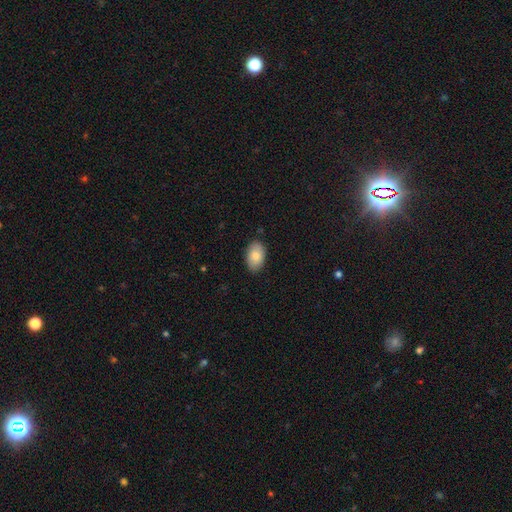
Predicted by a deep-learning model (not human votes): Q: Smooth or featured?
A: smooth (83%); runner-up: featured or disk (10%)
Q: How rounded?
A: in between (92%); runner-up: round (7%)
Q: Merging?
A: none (86%); runner-up: minor disturbance (11%)